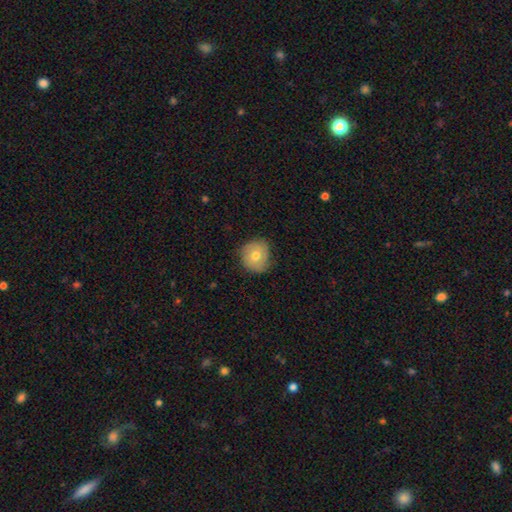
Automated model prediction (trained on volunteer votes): smooth_or_featured: smooth (p=0.69) [alt: featured or disk p=0.23]
how_rounded: round (p=0.89) [alt: in between p=0.10]
merging: none (p=0.74) [alt: minor disturbance p=0.21]